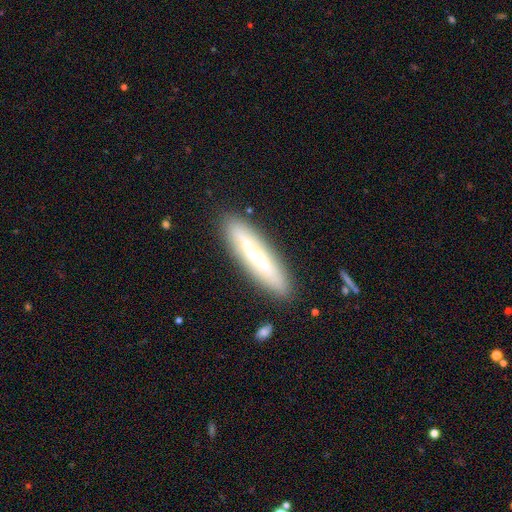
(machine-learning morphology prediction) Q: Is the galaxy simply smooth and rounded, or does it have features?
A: smooth — 46%, tied with featured or disk.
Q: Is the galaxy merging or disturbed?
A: none — 85%.